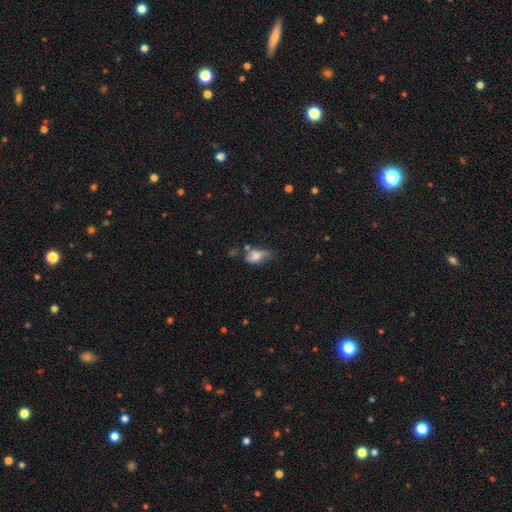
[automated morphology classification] Q: Smooth or featured?
A: smooth (63%); runner-up: featured or disk (27%)
Q: How rounded?
A: in between (85%); runner-up: round (9%)
Q: Merging?
A: none (36%); runner-up: minor disturbance (34%)